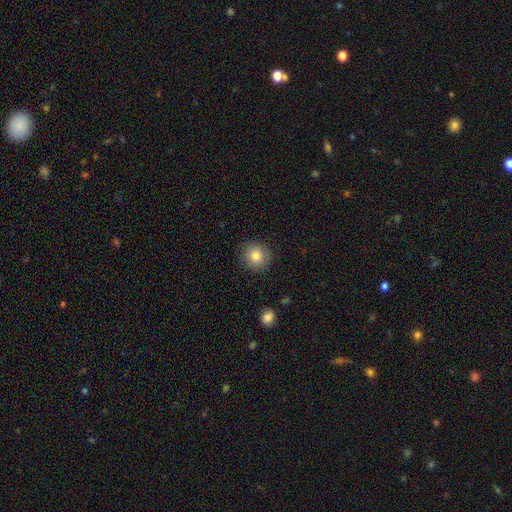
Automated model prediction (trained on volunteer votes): A smooth galaxy with no disk features (83%) that is round (90%).

Vote fractions:
- Smooth or featured? smooth: 83% / star or artifact: 10% / featured or disk: 7%
- How rounded? round: 90% / in between: 9% / cigar-shaped: 1%
- Merging? none: 88% / minor disturbance: 8% / major disturbance: 2% / merger: 1%